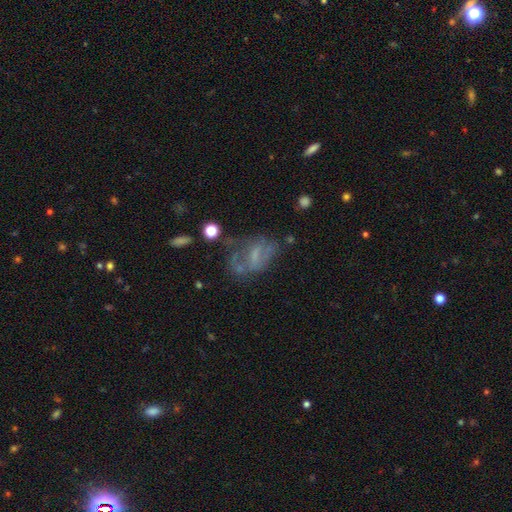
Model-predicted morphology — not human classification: smooth_or_featured: featured or disk (p=0.50) [alt: smooth p=0.35]
merging: none (p=0.35) [alt: major disturbance p=0.34]